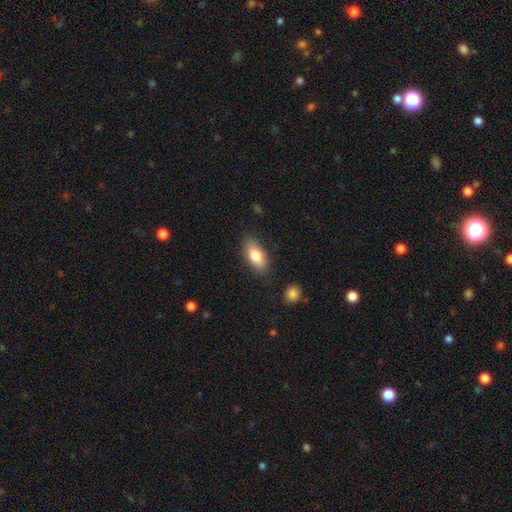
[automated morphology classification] The model was most divided on "smooth or featured": smooth: 80%, featured or disk: 13%, star or artifact: 7%. More confident: how rounded — in between (87%); merging — none (82%).